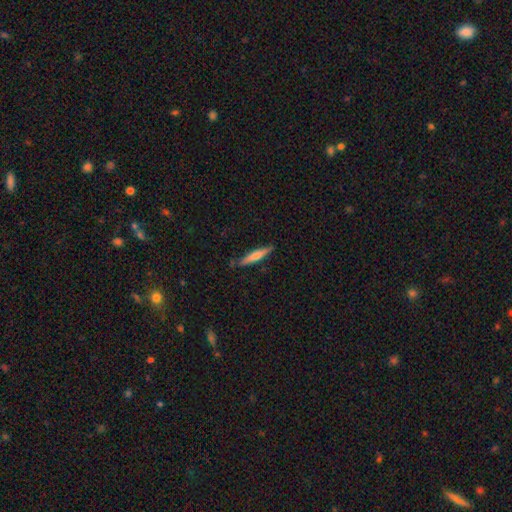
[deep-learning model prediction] A smooth galaxy with no disk features (53%) that is cigar-shaped (89%). Merging: none (84%).